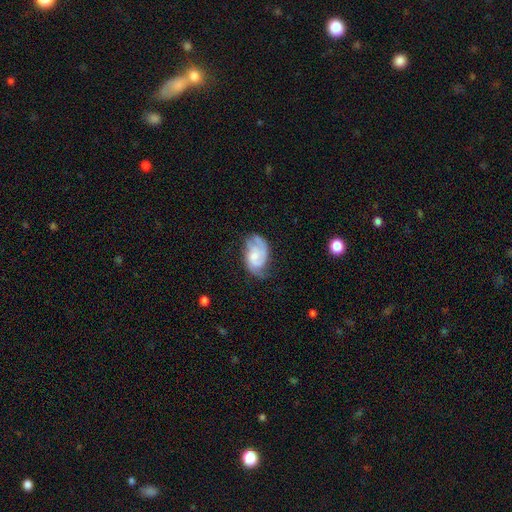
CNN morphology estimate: A featured or disk galaxy (70%) with no bar (65%), 2 (58%) medium (43%) spiral arms (91%) and a small central bulge (46%).

Vote fractions:
- Smooth or featured? featured or disk: 70% / smooth: 23% / star or artifact: 6%
- Edge-on disk? no: 97% / yes: 3%
- Bar? no: 65% / weak: 31% / strong: 4%
- Spiral arms? yes: 91% / no: 9%
- Spiral winding? medium: 43% / tight: 38% / loose: 18%
- Spiral arm count? 2: 58% / can't tell: 19% / 3: 11% / 1: 8% / 4: 2% / more than 4: 2%
- Bulge size? small: 46% / moderate: 39% / none: 10% / large: 4% / dominant: 1%
- Merging? none: 53% / minor disturbance: 30% / major disturbance: 15% / merger: 2%